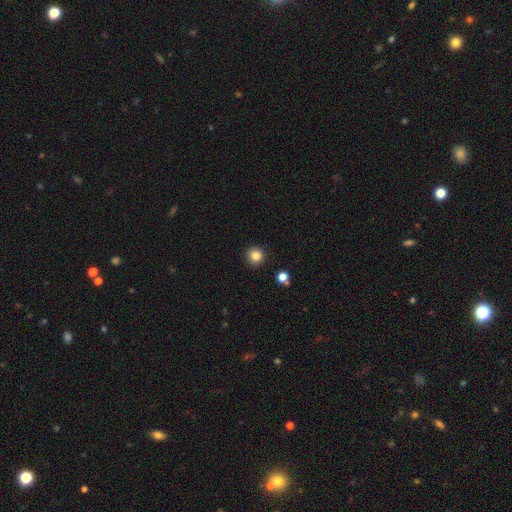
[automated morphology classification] Smooth or featured? smooth (84%)
How rounded? round (94%)
Merging? none (91%)